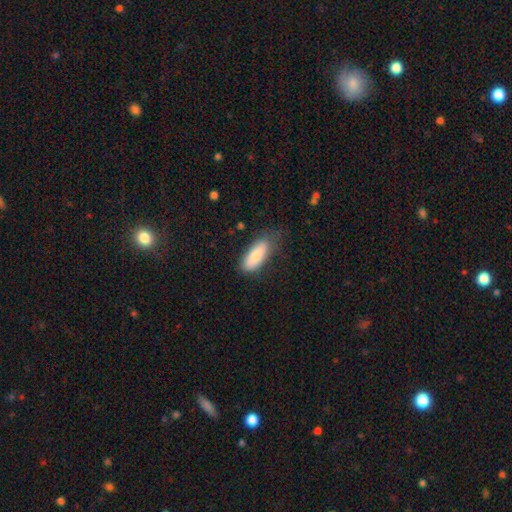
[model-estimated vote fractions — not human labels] Overall: smooth (82%). How rounded: in between (77%). Merging: none (65%; minor disturbance 26%).